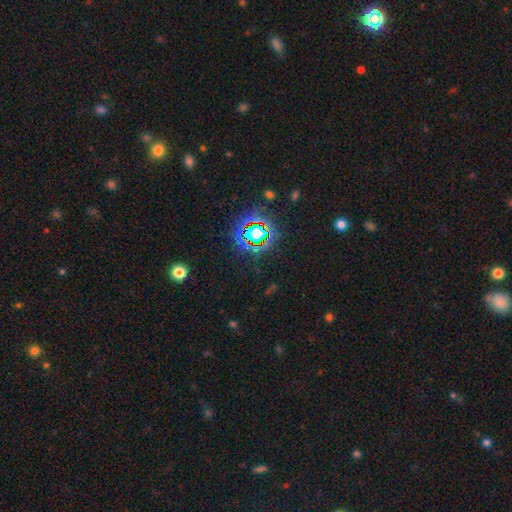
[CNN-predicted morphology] Overall: star or artifact (78%).